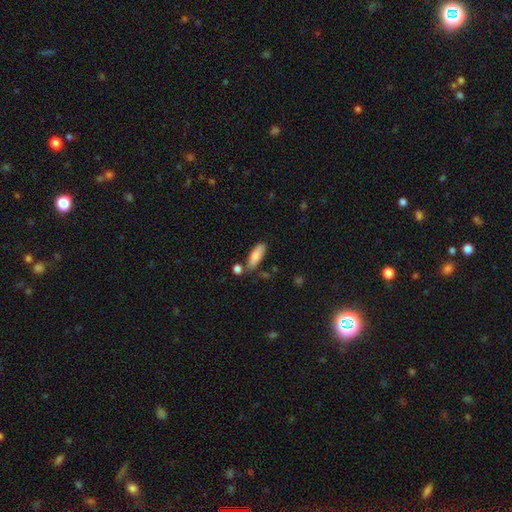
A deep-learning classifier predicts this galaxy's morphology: The model was most divided on "how rounded": in between: 60%, cigar-shaped: 38%, round: 2%. More confident: smooth or featured — smooth (83%); merging — none (71%).